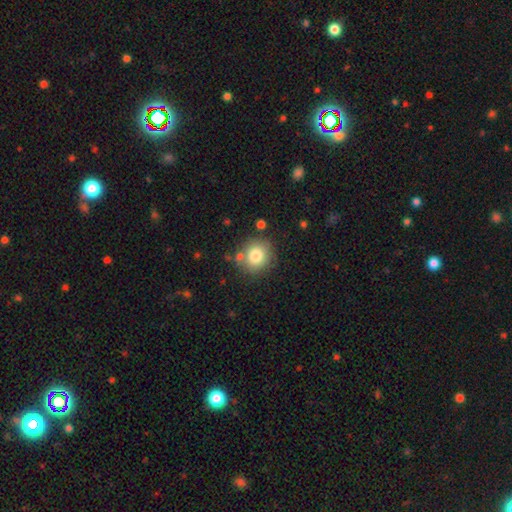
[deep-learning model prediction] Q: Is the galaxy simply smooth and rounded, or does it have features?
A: smooth — 81%.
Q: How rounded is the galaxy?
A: round — 86%.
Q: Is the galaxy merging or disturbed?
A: none — 79%.